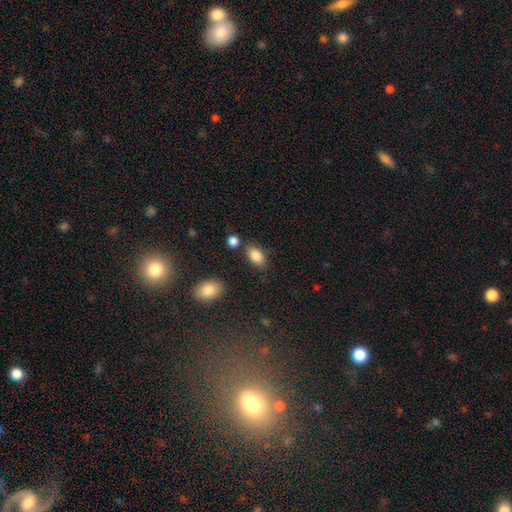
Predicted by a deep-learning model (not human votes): smooth_or_featured: smooth (p=0.86) [alt: star or artifact p=0.08]
how_rounded: in between (p=0.90) [alt: round p=0.08]
merging: none (p=0.78) [alt: minor disturbance p=0.13]